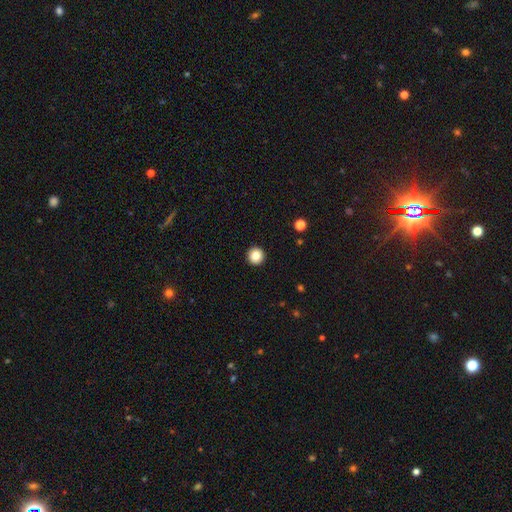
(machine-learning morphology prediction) A smooth galaxy with no disk features (85%) that is round (96%).

Vote fractions:
- Smooth or featured? smooth: 85% / star or artifact: 10% / featured or disk: 5%
- How rounded? round: 96% / in between: 3% / cigar-shaped: 1%
- Merging? none: 94% / minor disturbance: 4% / major disturbance: 1% / merger: 1%